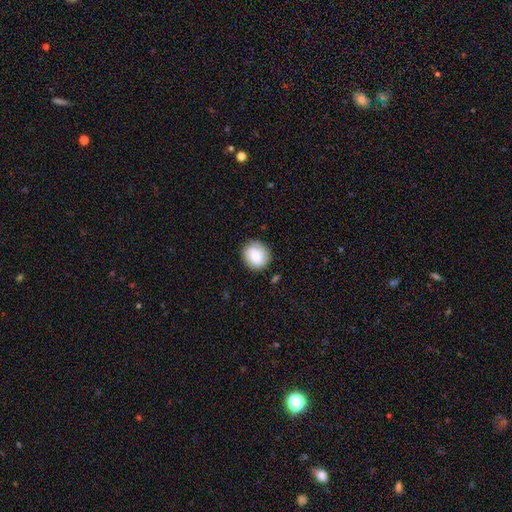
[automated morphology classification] A smooth galaxy with no disk features (68%) that is round (79%). Merging: none (81%).